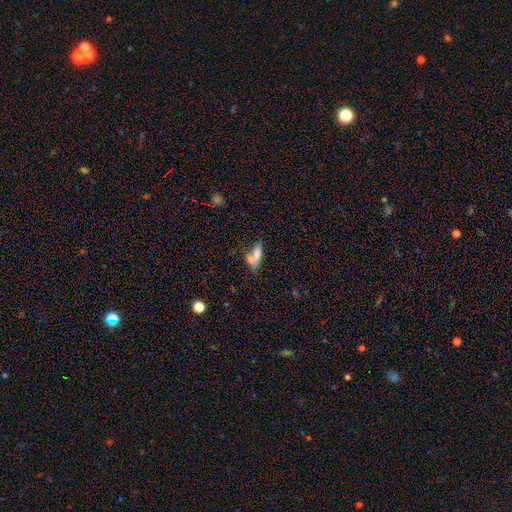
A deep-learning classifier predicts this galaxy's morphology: smooth_or_featured: smooth (p=0.68) [alt: featured or disk p=0.21]
how_rounded: in between (p=0.66) [alt: cigar-shaped p=0.29]
merging: merger (p=0.35) [alt: none p=0.31]